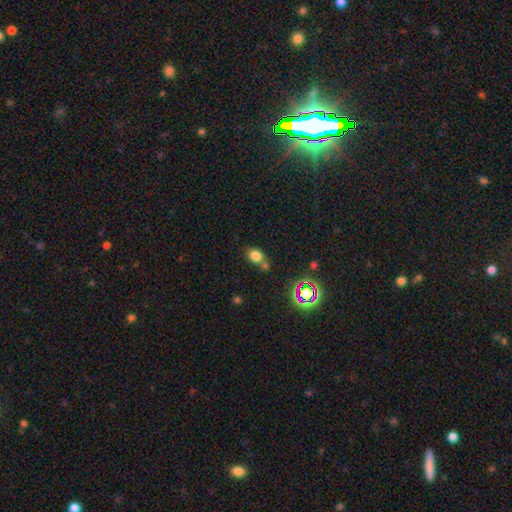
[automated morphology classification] smooth-or-featured: smooth: 76% | star or artifact: 15% | featured or disk: 8%
  how-rounded: in between: 57% | round: 41% | cigar-shaped: 1%
  merging: none: 58% | merger: 23% | minor disturbance: 14% | major disturbance: 4%